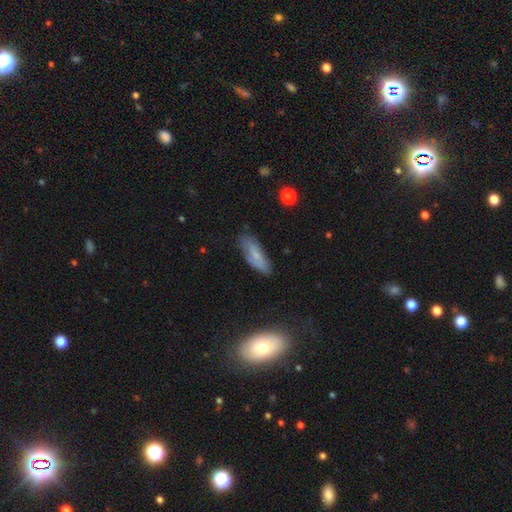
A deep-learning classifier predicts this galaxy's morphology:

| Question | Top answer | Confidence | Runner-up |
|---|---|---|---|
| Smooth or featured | smooth | 61% | featured or disk (31%) |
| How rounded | in between | 63% | cigar-shaped (34%) |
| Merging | none | 74% | minor disturbance (19%) |